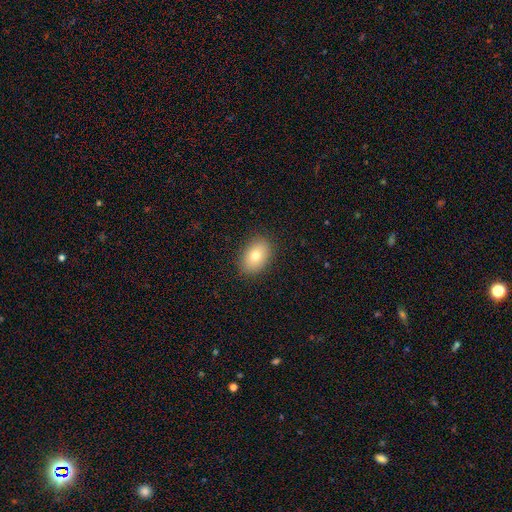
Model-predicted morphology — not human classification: This is likely a smooth galaxy (76%). How rounded: clearly in between (82%). Merging: clearly none (89%).